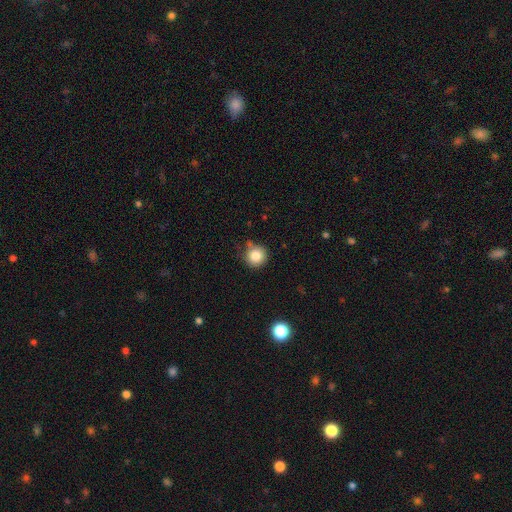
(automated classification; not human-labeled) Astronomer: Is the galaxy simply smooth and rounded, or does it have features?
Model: smooth — 82%.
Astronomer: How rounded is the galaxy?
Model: round — 94%.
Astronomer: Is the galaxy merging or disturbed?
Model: none — 78%.